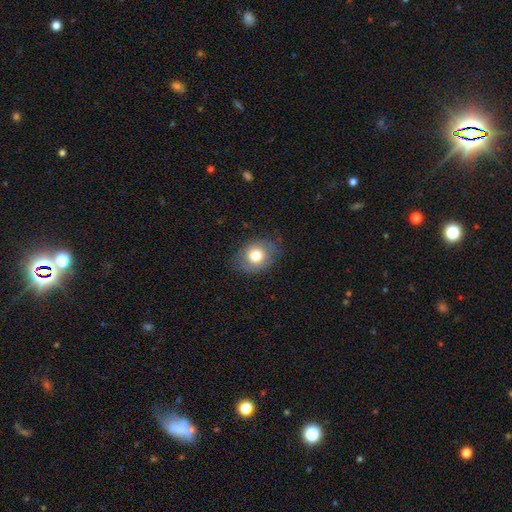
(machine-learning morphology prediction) Q: Smooth or featured?
A: smooth (75%); runner-up: featured or disk (16%)
Q: How rounded?
A: in between (52%); runner-up: round (47%)
Q: Merging?
A: none (77%); runner-up: minor disturbance (17%)